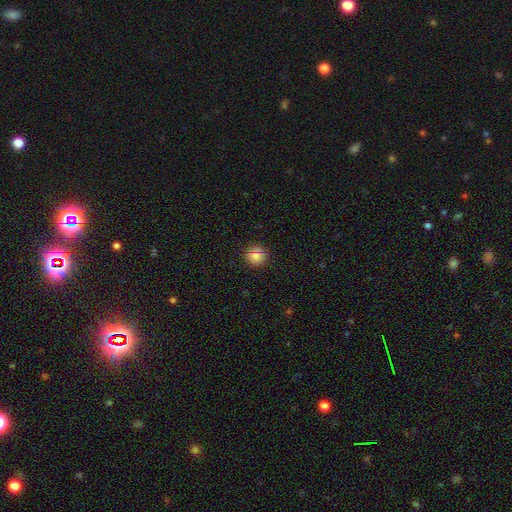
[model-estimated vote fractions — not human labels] Smooth or featured? Predicted: smooth (p=0.78). How rounded? Predicted: round (p=0.93). Merging? Predicted: none (p=0.89).